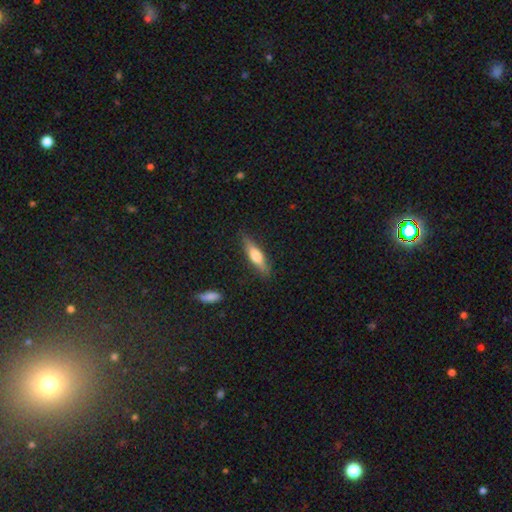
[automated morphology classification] The model was most divided on "smooth or featured": smooth: 58%, featured or disk: 36%, star or artifact: 6%. More confident: merging — none (82%); how rounded — cigar-shaped (66%).